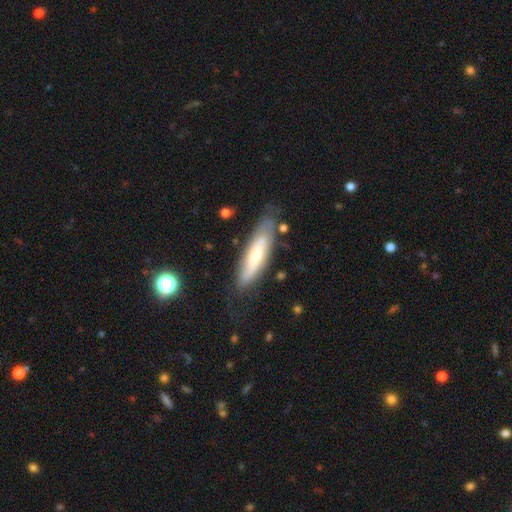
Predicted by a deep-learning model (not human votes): Overall: featured or disk (48%; smooth 46%). Merging: none (69%).